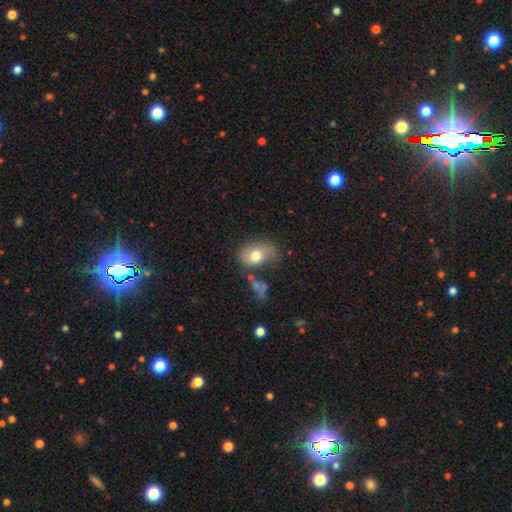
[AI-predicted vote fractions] Smooth or featured: smooth — 72% (featured or disk — 20%)
How rounded: in between — 75% (round — 23%)
Merging: none — 45% (minor disturbance — 28%)